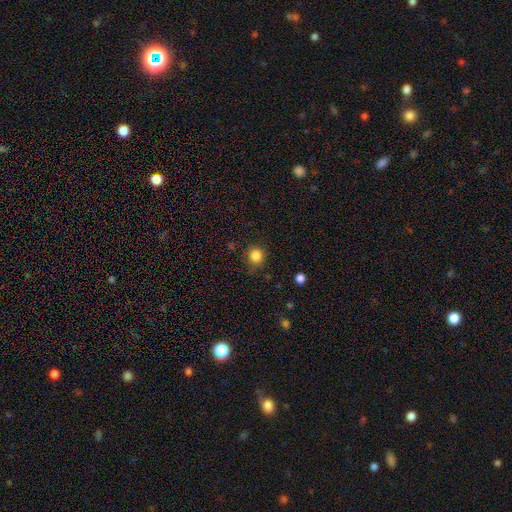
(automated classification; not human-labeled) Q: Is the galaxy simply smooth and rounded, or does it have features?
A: smooth — 84%.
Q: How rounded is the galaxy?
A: round — 89%.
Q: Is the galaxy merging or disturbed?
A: none — 82%.